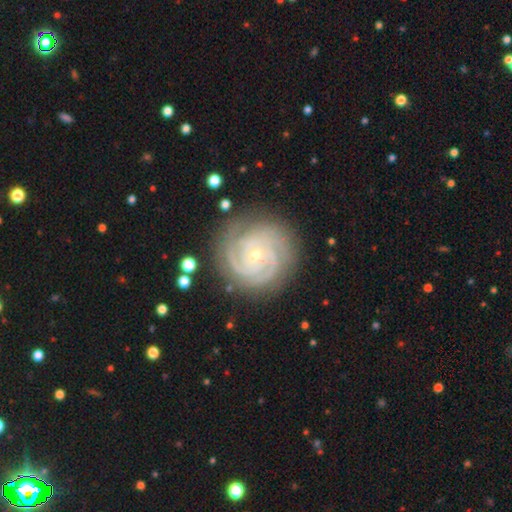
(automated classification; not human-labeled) This appears to be a featured or disk galaxy (90%) with no bar (68%), 3 (41%) tight (83%) spiral arms (98%) and a small central bulge (66%). Merging: none (82%).